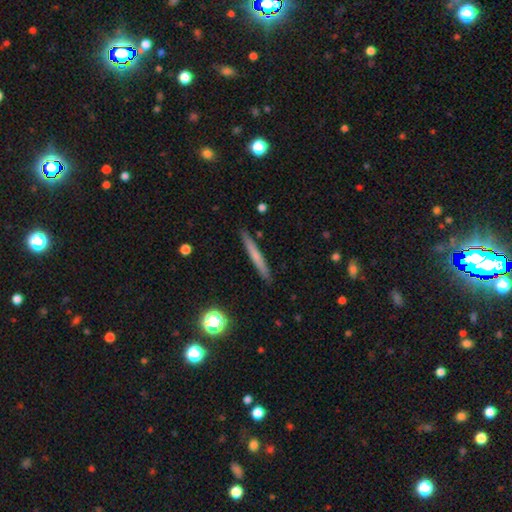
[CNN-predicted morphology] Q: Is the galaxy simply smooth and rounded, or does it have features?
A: smooth — 60%.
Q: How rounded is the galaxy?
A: cigar-shaped — 96%.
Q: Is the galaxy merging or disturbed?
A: none — 90%.